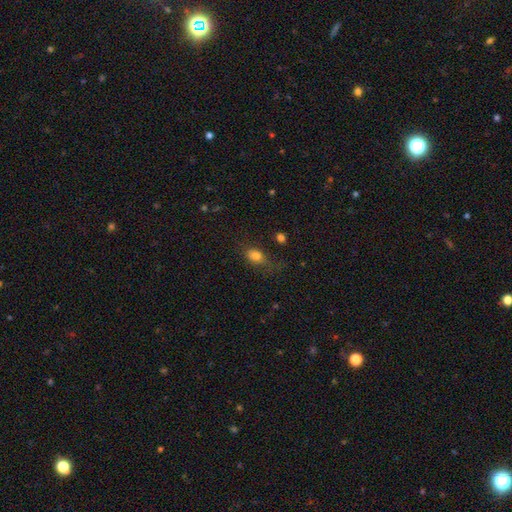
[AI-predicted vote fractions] Overall: smooth (80%). How rounded: in between (72%). Merging: none (63%; minor disturbance 23%).